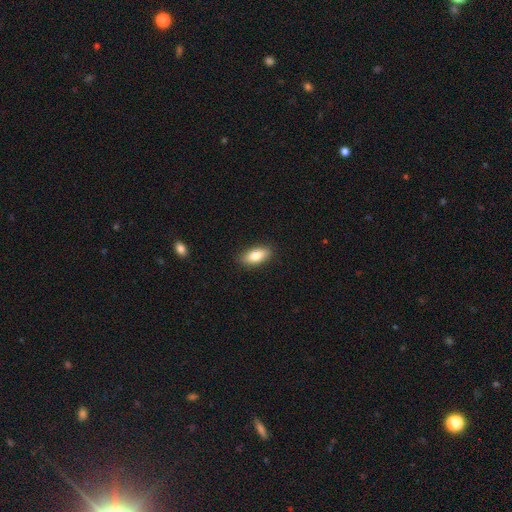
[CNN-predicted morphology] type=smooth (82%); roundness=in between (86%); merging=none (88%).